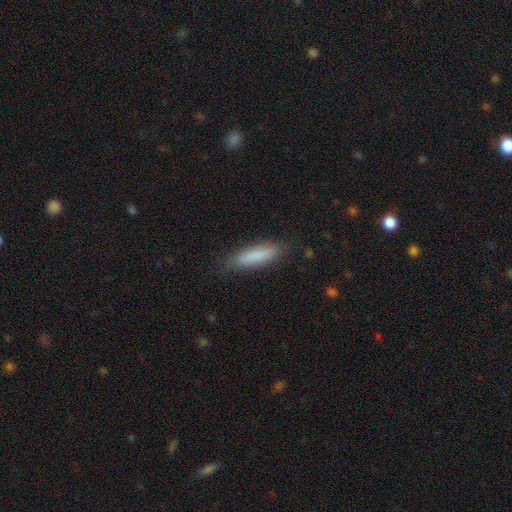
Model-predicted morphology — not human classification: Smooth or featured?
  - smooth: 85% *
  - featured or disk: 8%
  - star or artifact: 6%
How rounded?
  - cigar-shaped: 65% *
  - in between: 33%
  - round: 2%
Merging?
  - none: 84% *
  - minor disturbance: 12%
  - major disturbance: 3%
  - merger: 1%